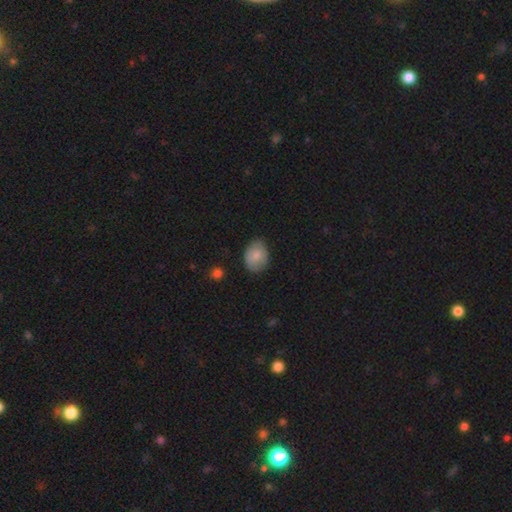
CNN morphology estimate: This appears to be a smooth galaxy with no disk features (78%) that is in between round and cigar-shaped (57%). Merging: none (73%).